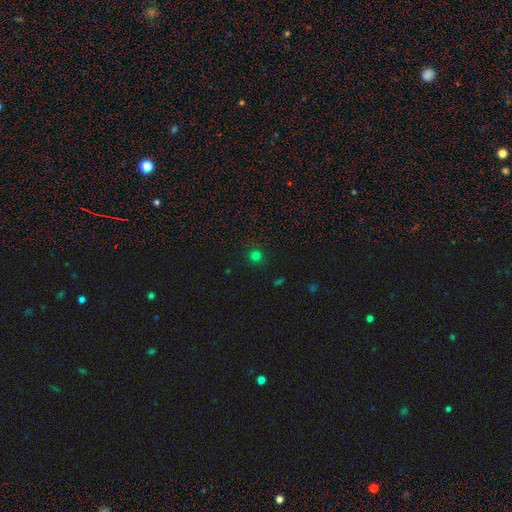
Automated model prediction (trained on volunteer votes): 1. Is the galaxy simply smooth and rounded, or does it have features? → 76% smooth, 20% star or artifact, 4% featured or disk.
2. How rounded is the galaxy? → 93% round, 6% in between, 1% cigar-shaped.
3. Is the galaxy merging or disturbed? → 90% none, 7% minor disturbance, 2% major disturbance, 1% merger.